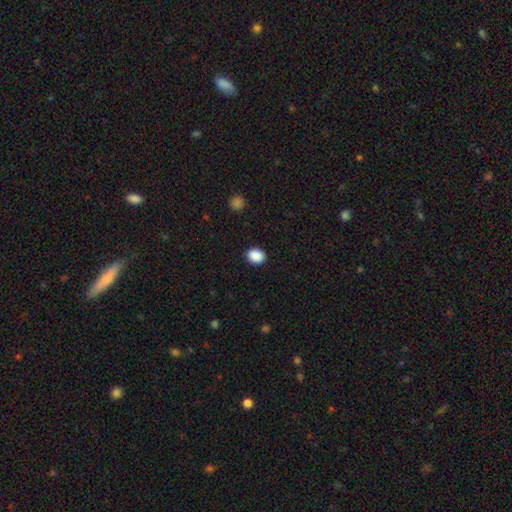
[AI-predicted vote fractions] smooth_or_featured: smooth (p=0.89) [alt: star or artifact p=0.08]
how_rounded: in between (p=0.52) [alt: round p=0.47]
merging: none (p=0.90) [alt: minor disturbance p=0.07]